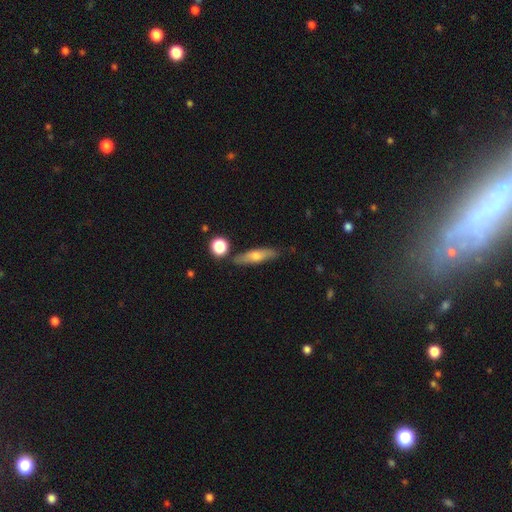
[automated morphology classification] Q: Smooth or featured?
A: smooth (55%); runner-up: featured or disk (38%)
Q: How rounded?
A: cigar-shaped (67%); runner-up: in between (30%)
Q: Merging?
A: none (80%); runner-up: minor disturbance (13%)